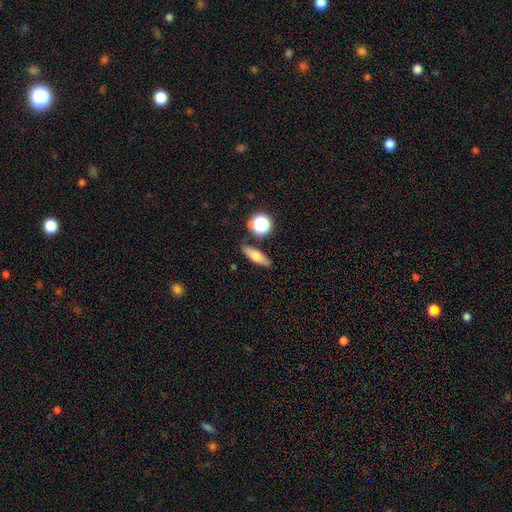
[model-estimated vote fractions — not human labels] smooth-or-featured: smooth: 65% | featured or disk: 24% | star or artifact: 11%
  how-rounded: cigar-shaped: 46% | in between: 45% | round: 10%
  merging: none: 80% | minor disturbance: 11% | merger: 5% | major disturbance: 3%